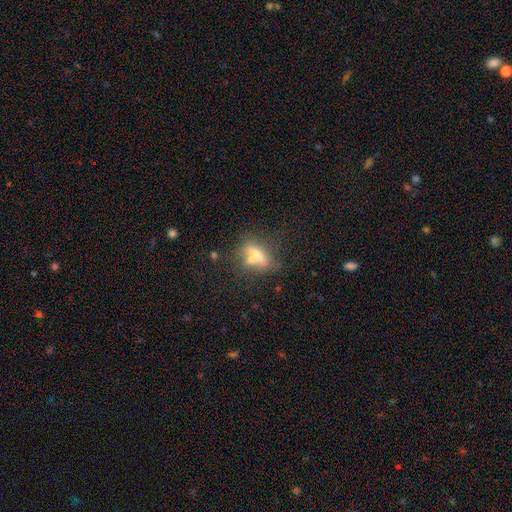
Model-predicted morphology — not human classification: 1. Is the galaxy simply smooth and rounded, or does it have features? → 49% smooth, 36% featured or disk, 15% star or artifact.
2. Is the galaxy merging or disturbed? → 47% none, 23% merger, 17% minor disturbance, 12% major disturbance.